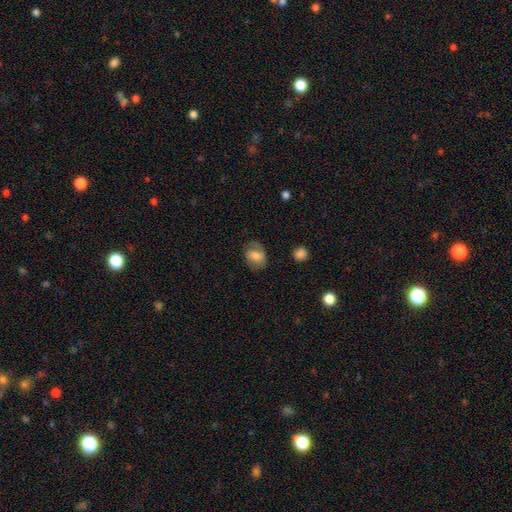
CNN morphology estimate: Q: Smooth or featured?
A: smooth (55%); runner-up: featured or disk (37%)
Q: How rounded?
A: in between (63%); runner-up: round (36%)
Q: Merging?
A: none (68%); runner-up: minor disturbance (21%)